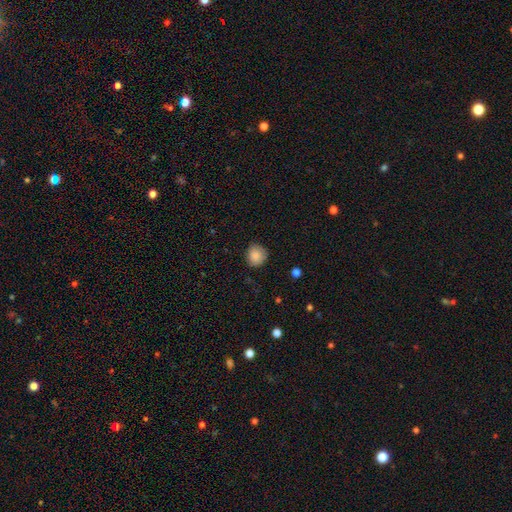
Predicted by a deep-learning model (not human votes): Morphology: type=smooth (86%); roundness=round (84%); merging=none (77%).